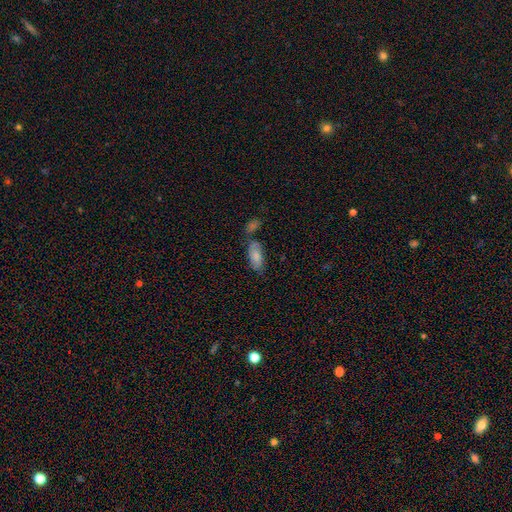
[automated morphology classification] Smooth or featured? smooth (74%)
How rounded? in between (87%)
Merging? none (51%)